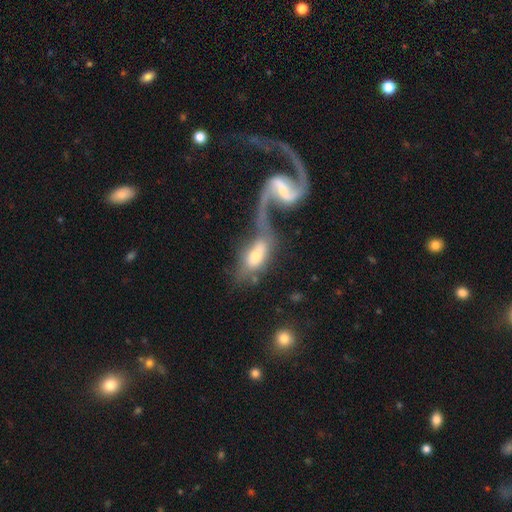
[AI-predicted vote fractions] featured or disk 47%, smooth 45%, star or artifact 8%. Down the decision tree: merging — merger (66%).